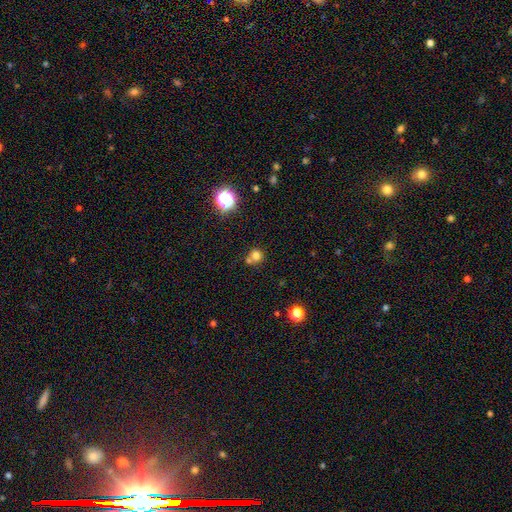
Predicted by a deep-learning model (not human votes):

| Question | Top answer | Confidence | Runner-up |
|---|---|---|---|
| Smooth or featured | smooth | 74% | star or artifact (17%) |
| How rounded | round | 88% | in between (11%) |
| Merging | none | 54% | merger (33%) |